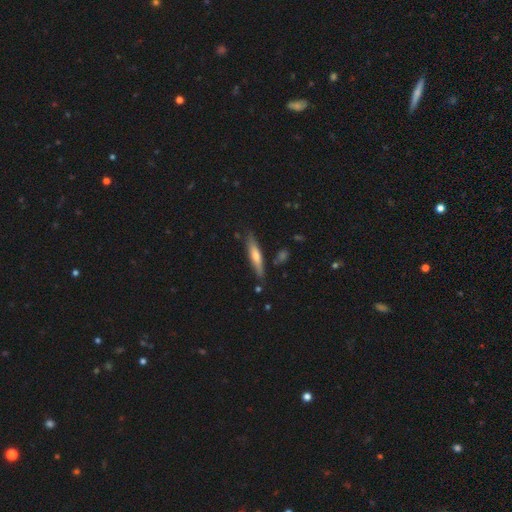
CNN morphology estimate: Smooth or featured? Predicted: smooth (p=0.48). Merging? Predicted: none (p=0.83).